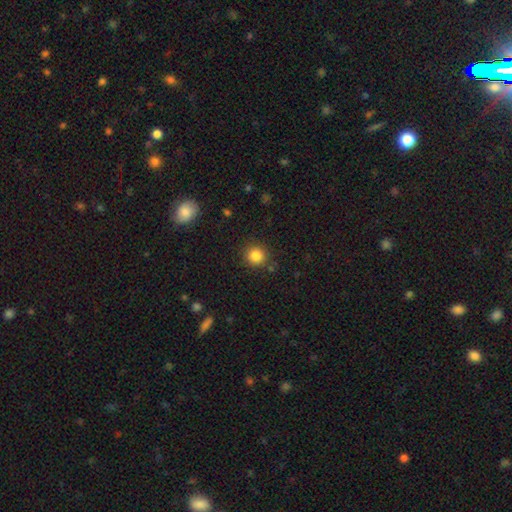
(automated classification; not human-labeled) smooth_or_featured: smooth (p=0.84) [alt: star or artifact p=0.11]
how_rounded: round (p=0.92) [alt: in between p=0.07]
merging: none (p=0.87) [alt: minor disturbance p=0.08]